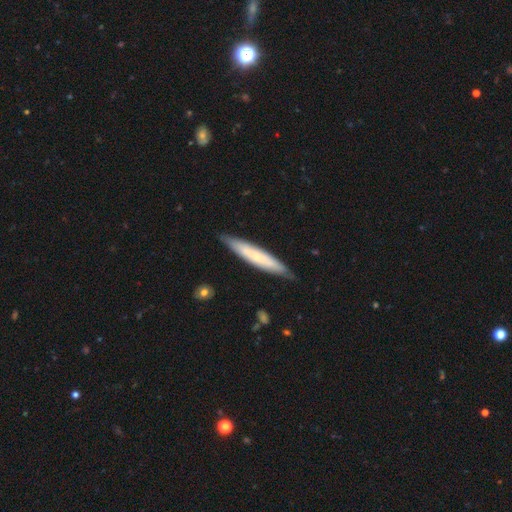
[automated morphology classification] This appears to be a smooth galaxy with no disk features (58%) that is cigar-shaped (91%). Merging: none (85%).